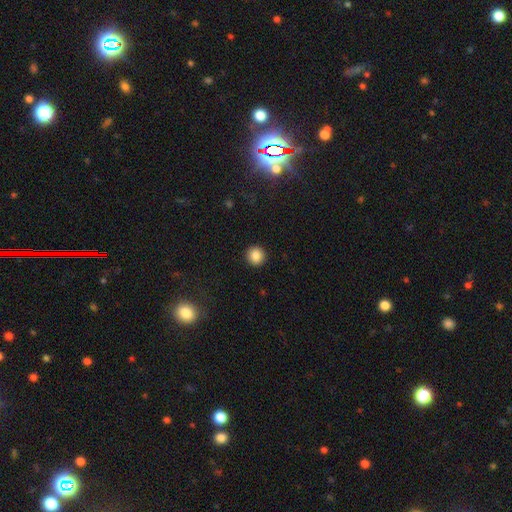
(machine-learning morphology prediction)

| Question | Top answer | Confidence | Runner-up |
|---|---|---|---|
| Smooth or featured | smooth | 87% | star or artifact (10%) |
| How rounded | round | 94% | in between (5%) |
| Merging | none | 93% | minor disturbance (5%) |